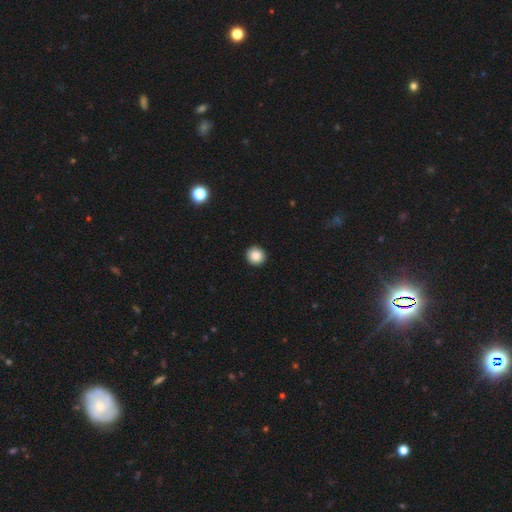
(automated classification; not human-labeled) Smooth or featured? smooth (87%)
How rounded? round (94%)
Merging? none (92%)